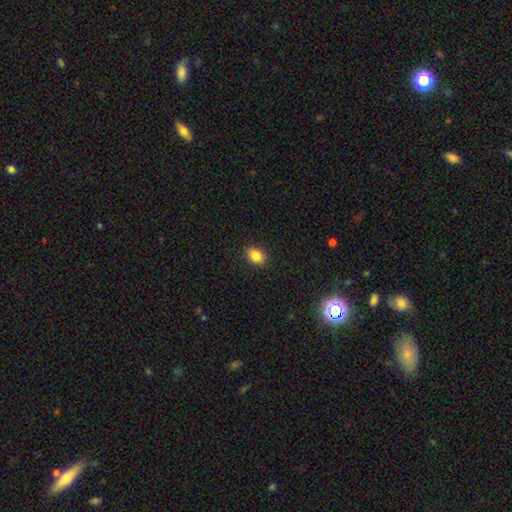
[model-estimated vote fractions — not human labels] A smooth galaxy with no disk features (86%) that is in between round and cigar-shaped (68%). Merging: none (89%).